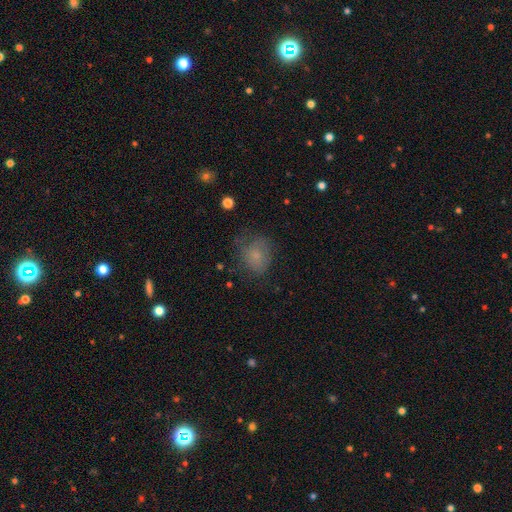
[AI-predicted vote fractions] Morphology: type=smooth (71%); roundness=round (62%); merging=none (56%).